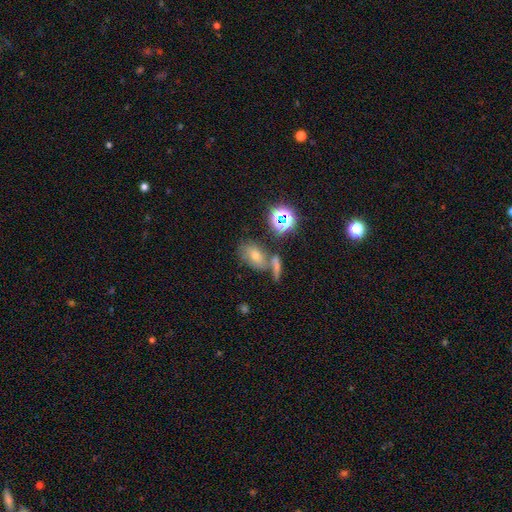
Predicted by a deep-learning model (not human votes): Smooth or featured: smooth — 51% (star or artifact — 26%)
How rounded: in between — 75% (round — 21%)
Merging: none — 54% (merger — 26%)